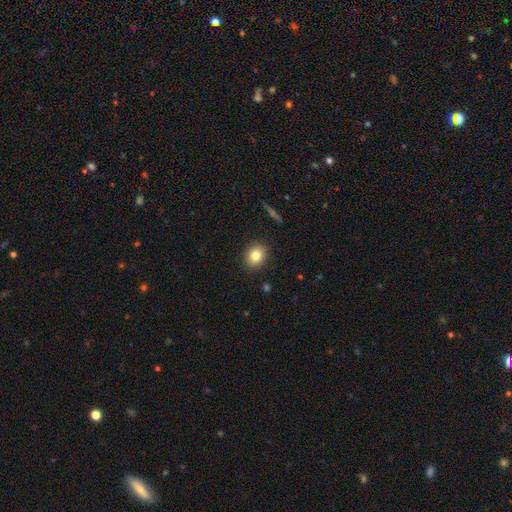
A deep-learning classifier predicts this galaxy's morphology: The model was most divided on "how rounded": round: 66%, in between: 33%, cigar-shaped: 1%. More confident: merging — none (90%); smooth or featured — smooth (82%).